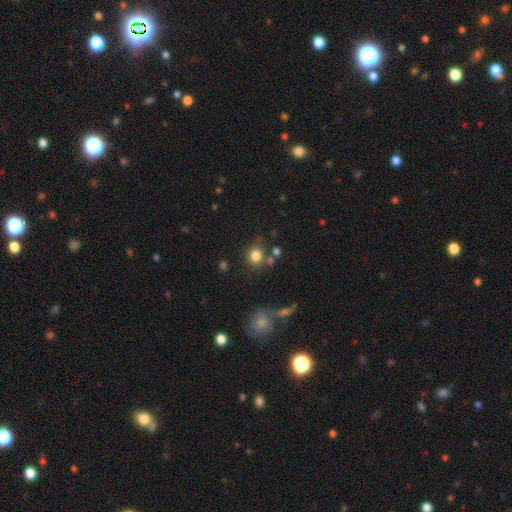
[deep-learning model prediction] This is clearly a smooth galaxy (82%). How rounded: likely round (78%). Merging: likely none (72%).